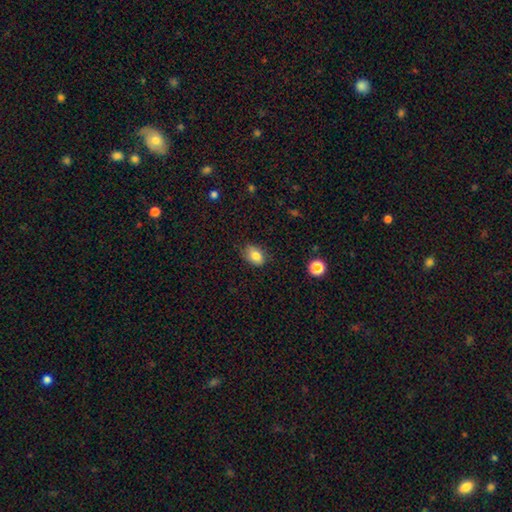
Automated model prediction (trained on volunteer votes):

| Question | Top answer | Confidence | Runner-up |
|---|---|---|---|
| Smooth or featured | smooth | 82% | featured or disk (10%) |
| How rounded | in between | 79% | round (20%) |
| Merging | none | 77% | minor disturbance (18%) |